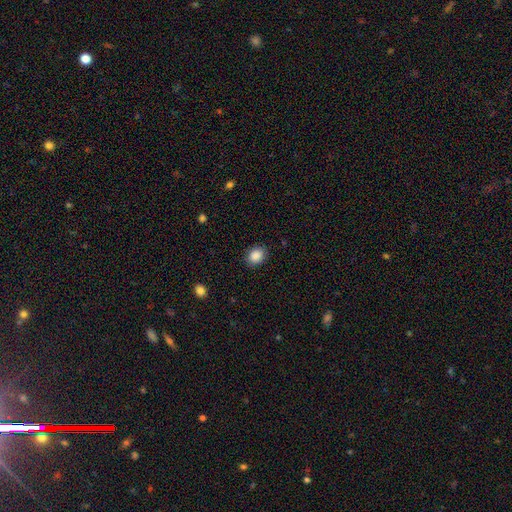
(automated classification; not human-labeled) Morphology: type=smooth (88%); roundness=round (53%); merging=none (87%).